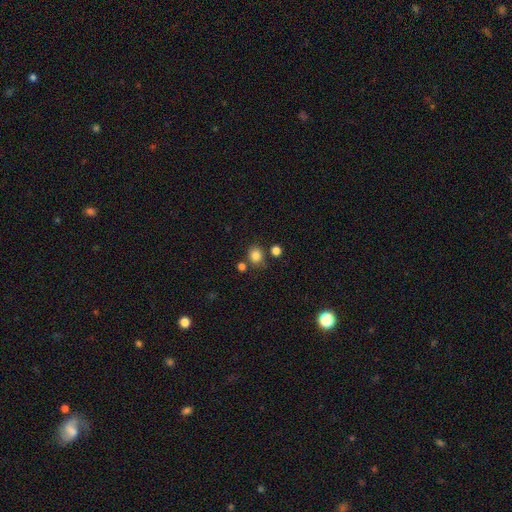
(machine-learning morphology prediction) Overall: smooth (83%). How rounded: round (76%). Merging: none (76%).